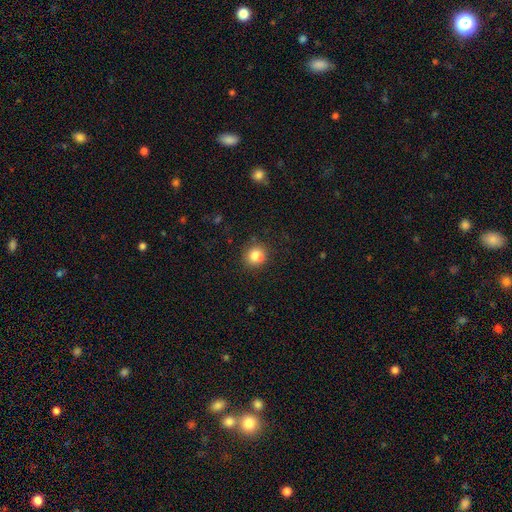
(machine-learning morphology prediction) The model was most divided on "smooth or featured": smooth: 84%, star or artifact: 11%, featured or disk: 5%. More confident: how rounded — round (88%); merging — none (86%).